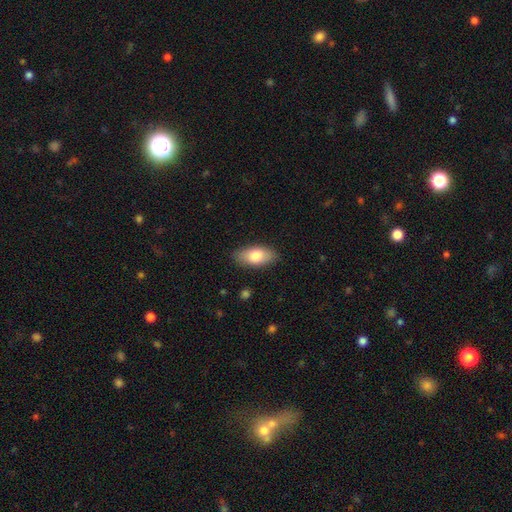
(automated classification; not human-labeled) Smooth or featured? smooth (79%)
How rounded? in between (90%)
Merging? none (86%)